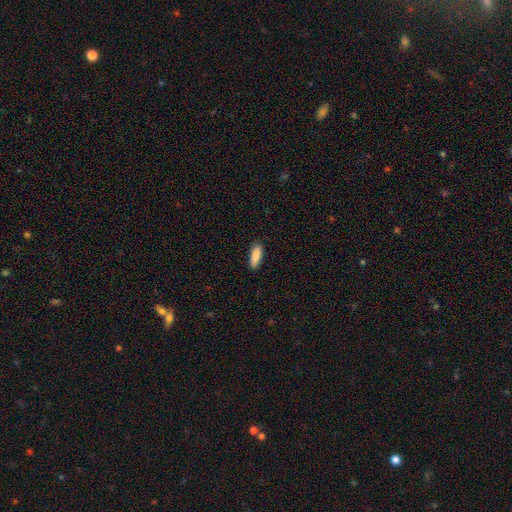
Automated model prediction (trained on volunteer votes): A smooth galaxy with no disk features (89%) that is in between round and cigar-shaped (63%).

Vote fractions:
- Smooth or featured? smooth: 89% / star or artifact: 6% / featured or disk: 5%
- How rounded? in between: 63% / cigar-shaped: 36% / round: 2%
- Merging? none: 86% / minor disturbance: 11% / major disturbance: 2% / merger: 1%